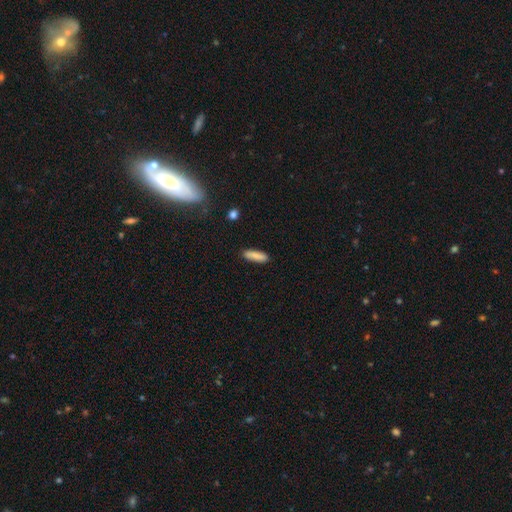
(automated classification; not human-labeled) Smooth or featured? smooth (86%)
How rounded? cigar-shaped (62%)
Merging? none (86%)